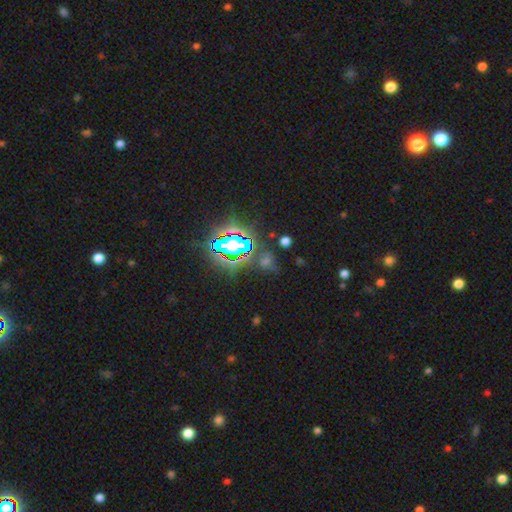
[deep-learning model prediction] smooth_or_featured: star or artifact (p=0.83) [alt: smooth p=0.10]